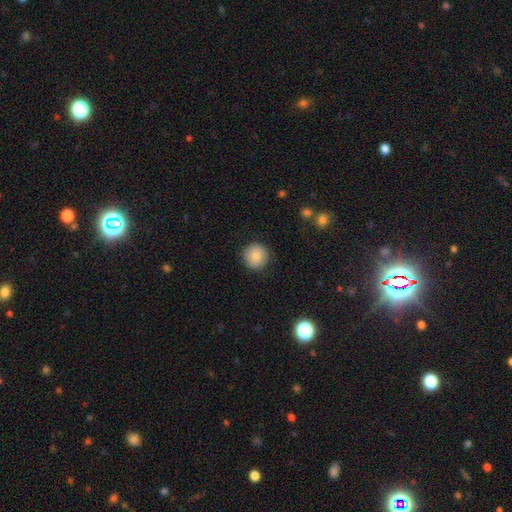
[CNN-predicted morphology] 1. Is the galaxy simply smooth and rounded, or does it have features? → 84% smooth, 8% star or artifact, 7% featured or disk.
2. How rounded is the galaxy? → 95% round, 4% in between, 1% cigar-shaped.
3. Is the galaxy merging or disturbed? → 90% none, 7% minor disturbance, 2% major disturbance, 1% merger.